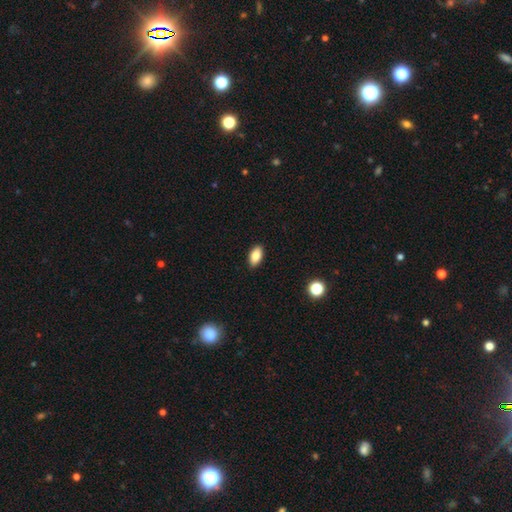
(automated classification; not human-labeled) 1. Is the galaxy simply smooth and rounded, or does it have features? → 83% smooth, 9% featured or disk, 8% star or artifact.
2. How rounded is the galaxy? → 92% in between, 4% cigar-shaped, 4% round.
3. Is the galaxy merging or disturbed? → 90% none, 7% minor disturbance, 2% major disturbance, 1% merger.